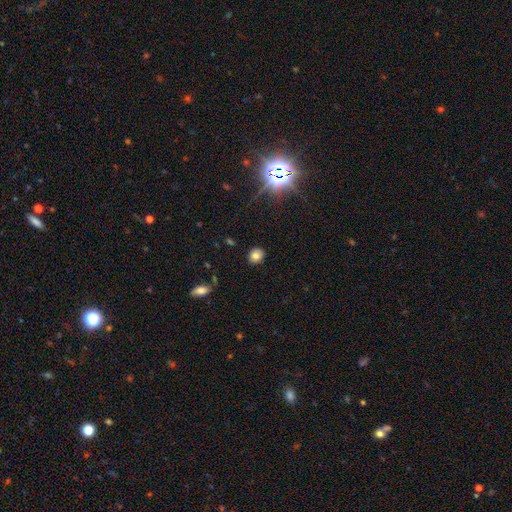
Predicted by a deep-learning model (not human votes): smooth_or_featured: smooth (p=0.78) [alt: star or artifact p=0.13]
how_rounded: round (p=0.73) [alt: in between p=0.25]
merging: none (p=0.88) [alt: minor disturbance p=0.08]